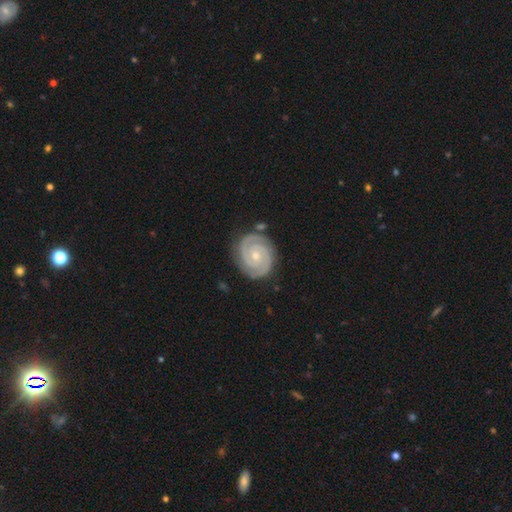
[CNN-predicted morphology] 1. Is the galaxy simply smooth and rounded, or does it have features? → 92% featured or disk, 4% star or artifact, 4% smooth.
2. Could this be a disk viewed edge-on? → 98% no, 2% yes.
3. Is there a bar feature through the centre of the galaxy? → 69% no, 24% weak, 8% strong.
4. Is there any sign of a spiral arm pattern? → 99% yes, 1% no.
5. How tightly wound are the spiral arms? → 83% tight, 15% medium, 2% loose.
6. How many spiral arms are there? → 88% 2, 6% 3, 2% can't tell, 1% 4, 1% 1, 1% more than 4.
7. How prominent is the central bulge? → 53% small, 43% moderate, 1% none, 1% large, 1% dominant.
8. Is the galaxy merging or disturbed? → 84% none, 11% minor disturbance, 2% major disturbance, 2% merger.